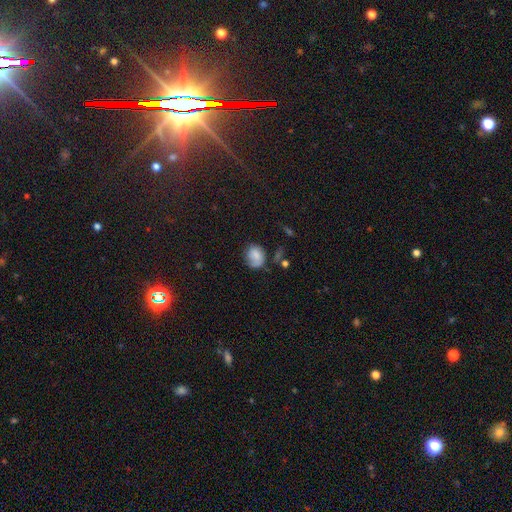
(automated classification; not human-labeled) Morphology: type=smooth (75%); roundness=in between (50%); merging=none (53%).